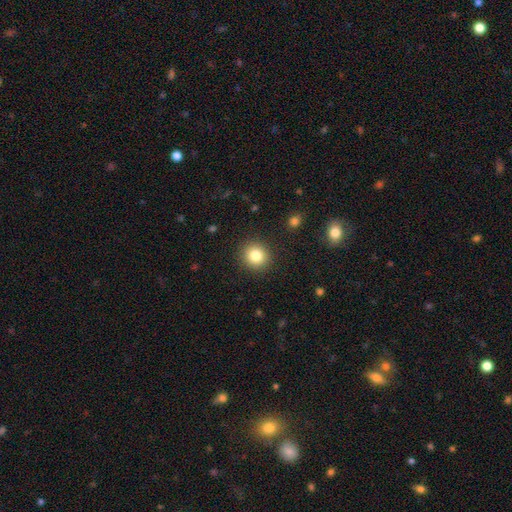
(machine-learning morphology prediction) This is clearly a smooth galaxy (82%). How rounded: clearly round (89%). Merging: clearly none (91%).